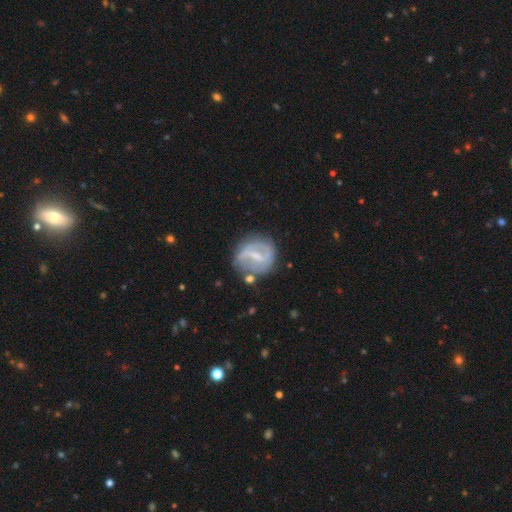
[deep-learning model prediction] A featured or disk galaxy (71%) with a weak bar (44%), spiral arms (69%) and a small central bulge (54%).

Vote fractions:
- Smooth or featured? featured or disk: 71% / smooth: 22% / star or artifact: 7%
- Edge-on disk? no: 96% / yes: 4%
- Bar? weak: 44% / strong: 43% / no: 13%
- Spiral arms? yes: 69% / no: 31%
- Bulge size? small: 54% / moderate: 27% / none: 16% / large: 2% / dominant: 1%
- Merging? none: 65% / minor disturbance: 20% / major disturbance: 9% / merger: 5%